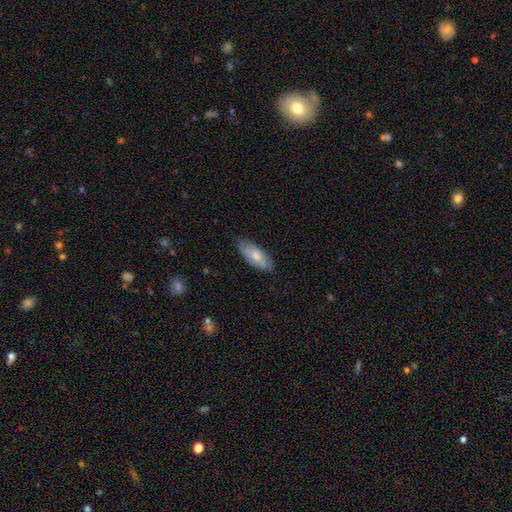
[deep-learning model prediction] smooth_or_featured: smooth (p=0.67) [alt: featured or disk p=0.28]
how_rounded: in between (p=0.82) [alt: cigar-shaped p=0.16]
merging: none (p=0.76) [alt: minor disturbance p=0.20]